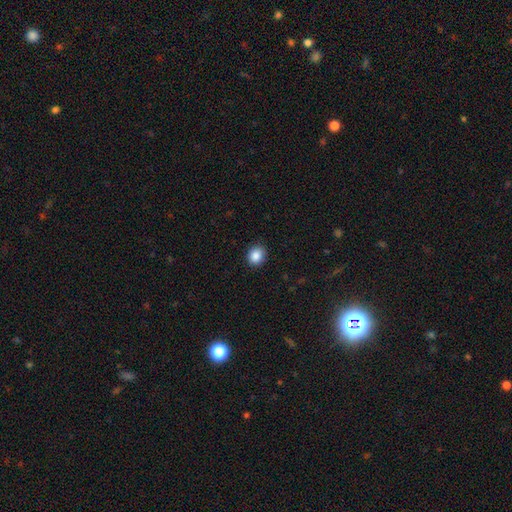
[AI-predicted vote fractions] Smooth or featured?
  - smooth: 87% *
  - star or artifact: 9%
  - featured or disk: 4%
How rounded?
  - round: 63% *
  - in between: 36%
  - cigar-shaped: 1%
Merging?
  - none: 90% *
  - minor disturbance: 7%
  - major disturbance: 2%
  - merger: 1%